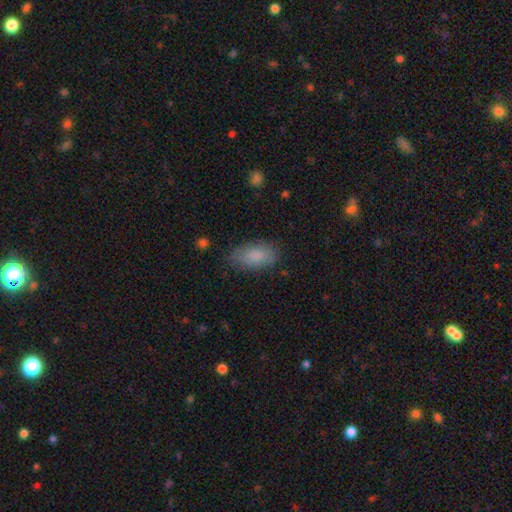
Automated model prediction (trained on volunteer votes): Smooth or featured: smooth — 85% (featured or disk — 8%)
How rounded: in between — 92% (cigar-shaped — 5%)
Merging: none — 78% (minor disturbance — 16%)